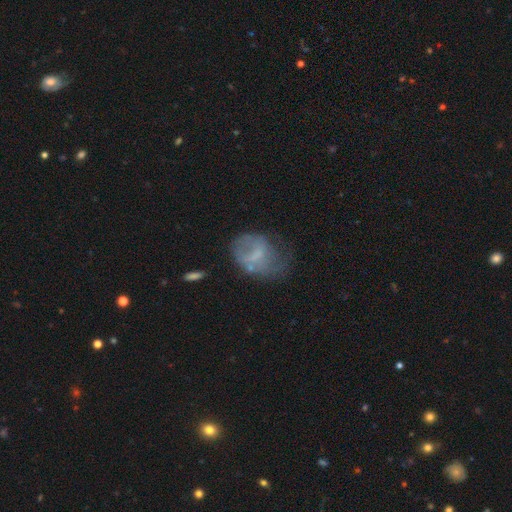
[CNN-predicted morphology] A smooth galaxy with no disk features (47%). Merging: none (34%).